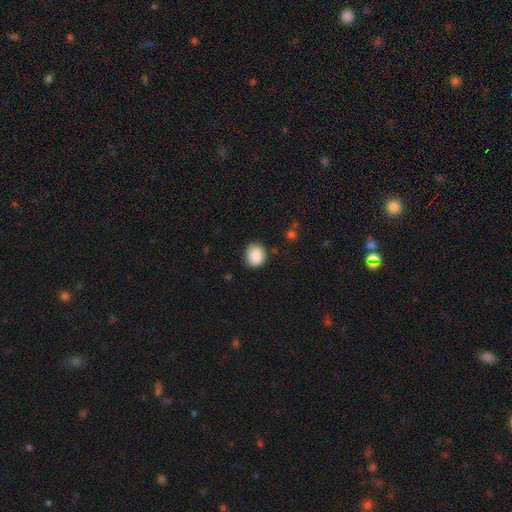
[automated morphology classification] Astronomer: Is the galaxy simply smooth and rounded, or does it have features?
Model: smooth — 89%.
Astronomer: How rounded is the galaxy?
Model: round — 71%.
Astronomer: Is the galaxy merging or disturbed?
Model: none — 82%.